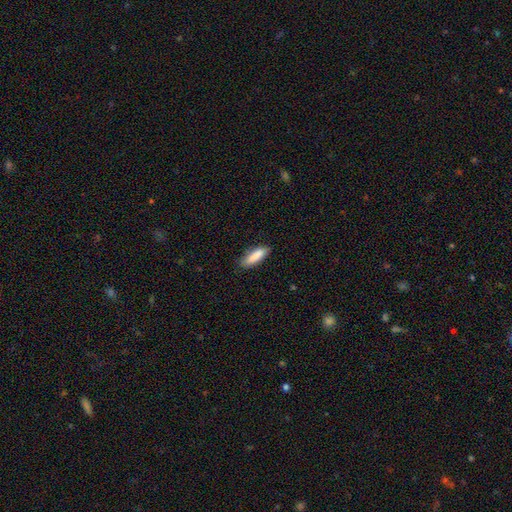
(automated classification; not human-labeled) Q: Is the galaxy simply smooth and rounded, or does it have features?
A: smooth — 87%.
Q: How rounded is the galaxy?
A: cigar-shaped — 52%.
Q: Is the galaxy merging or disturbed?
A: none — 82%.